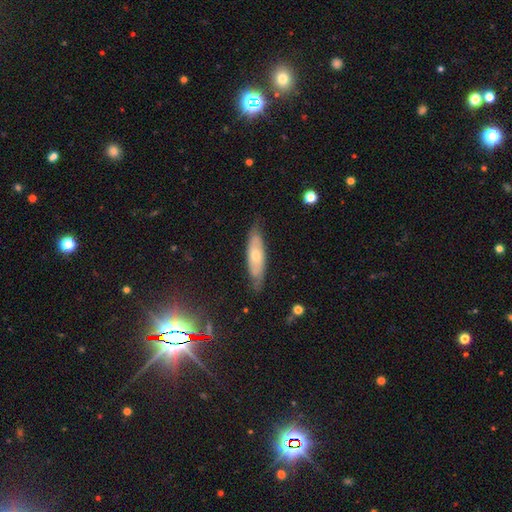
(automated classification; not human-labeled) Smooth or featured? featured or disk (47%)
Merging? none (76%)